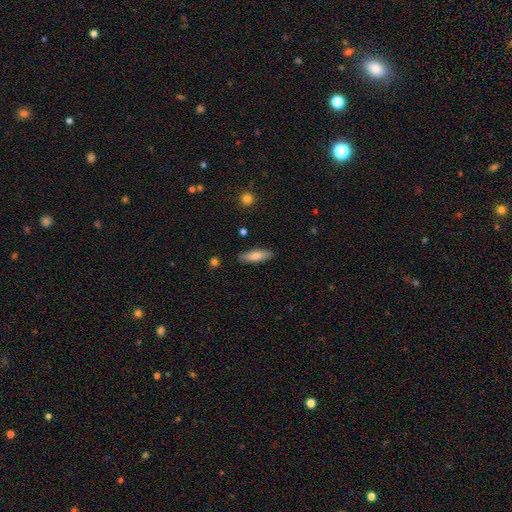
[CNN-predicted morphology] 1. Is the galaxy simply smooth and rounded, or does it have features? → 73% smooth, 21% featured or disk, 6% star or artifact.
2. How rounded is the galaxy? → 51% cigar-shaped, 47% in between, 2% round.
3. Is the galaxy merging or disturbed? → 88% none, 9% minor disturbance, 2% major disturbance, 1% merger.